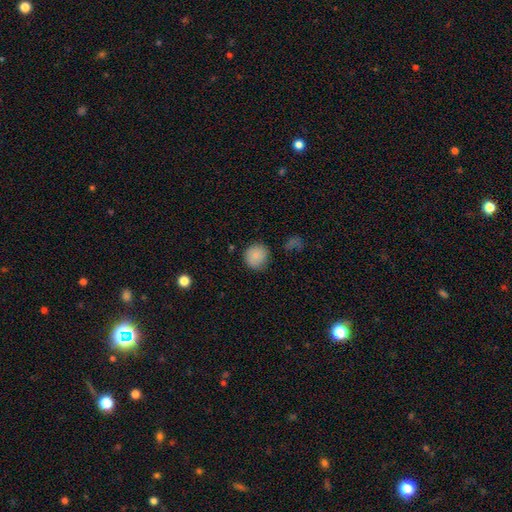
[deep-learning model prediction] A smooth galaxy with no disk features (85%) that is round (85%). Merging: none (80%).